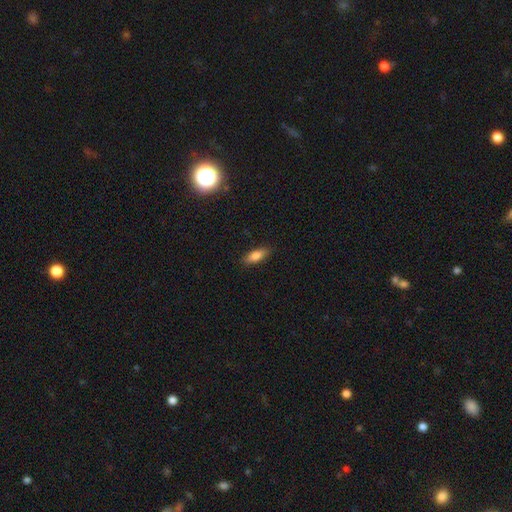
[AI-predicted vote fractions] A smooth galaxy with no disk features (80%) that is in between round and cigar-shaped (68%).

Vote fractions:
- Smooth or featured? smooth: 80% / featured or disk: 13% / star or artifact: 7%
- How rounded? in between: 68% / cigar-shaped: 29% / round: 2%
- Merging? none: 87% / minor disturbance: 10% / major disturbance: 2% / merger: 1%